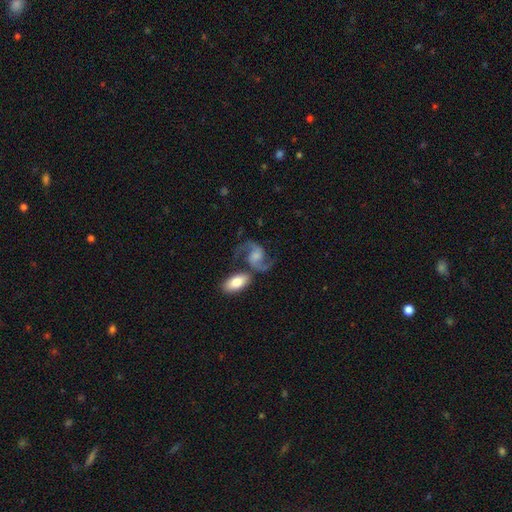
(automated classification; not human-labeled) Smooth or featured? featured or disk (86%)
Edge-on disk? no (97%)
Bar? no (49%)
Spiral arms? yes (97%)
Spiral winding? loose (60%)
Spiral arm count? 2 (93%)
Bulge size? small (29%, tied with moderate)
Merging? none (55%)